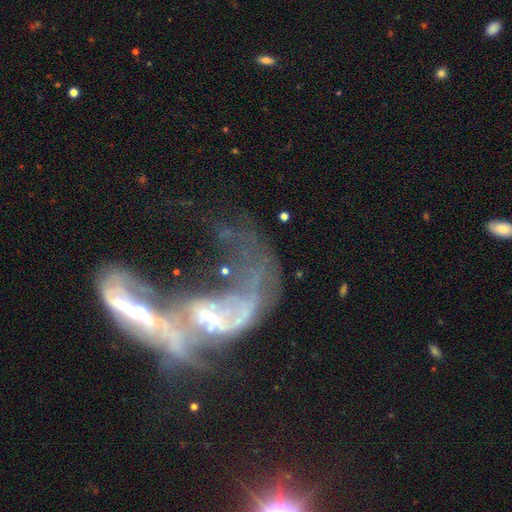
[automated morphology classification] smooth_or_featured: featured or disk (p=0.74) [alt: smooth p=0.14]
disk_edge_on: no (p=0.90) [alt: yes p=0.10]
bar: no (p=0.57) [alt: weak p=0.27]
has_spiral_arms: yes (p=0.65) [alt: no p=0.35]
bulge_size: small (p=0.42) [alt: moderate p=0.34]
merging: merger (p=0.76) [alt: major disturbance p=0.16]